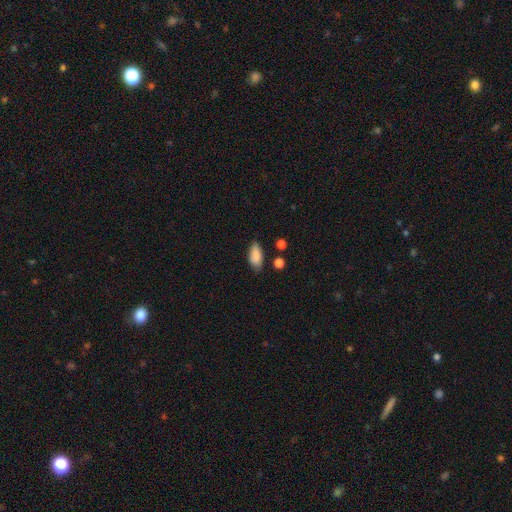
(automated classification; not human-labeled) Morphology: type=smooth (87%); roundness=in between (90%); merging=none (71%).